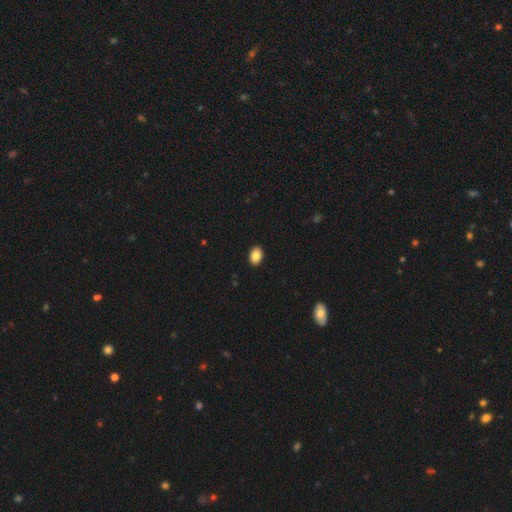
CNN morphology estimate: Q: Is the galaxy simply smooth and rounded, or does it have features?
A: smooth — 86%.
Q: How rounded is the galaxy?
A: in between — 84%.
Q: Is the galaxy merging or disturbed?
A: none — 91%.